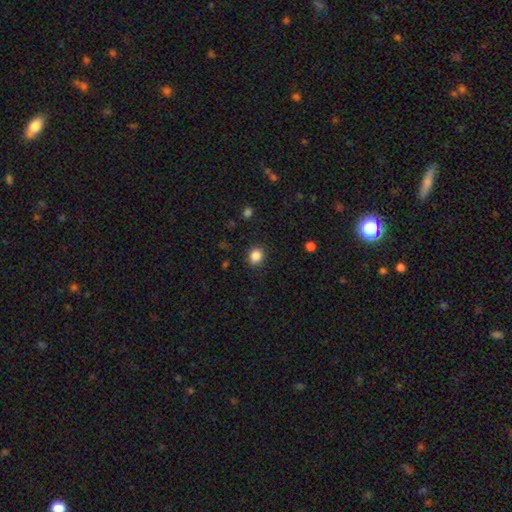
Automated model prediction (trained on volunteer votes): smooth-or-featured: smooth: 86% | star or artifact: 10% | featured or disk: 4%
  how-rounded: round: 78% | in between: 21% | cigar-shaped: 1%
  merging: none: 88% | minor disturbance: 8% | major disturbance: 3% | merger: 1%